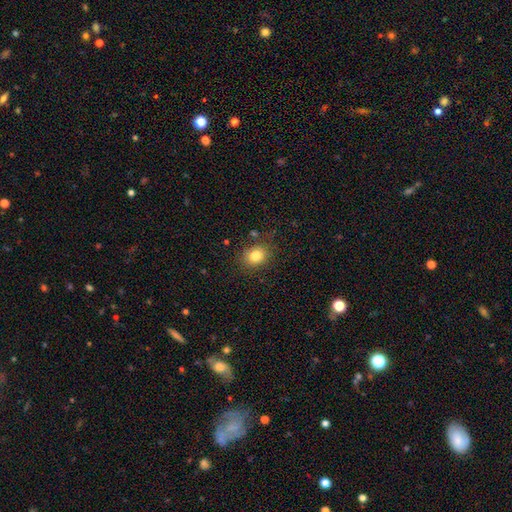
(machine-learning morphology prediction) This is clearly a smooth galaxy (81%). How rounded: possibly round (59%). Merging: clearly none (81%).